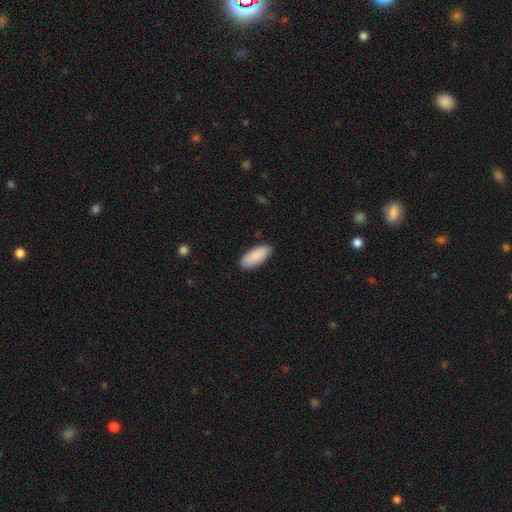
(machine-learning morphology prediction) smooth_or_featured: smooth (p=0.89) [alt: star or artifact p=0.05]
how_rounded: in between (p=0.86) [alt: cigar-shaped p=0.12]
merging: none (p=0.87) [alt: minor disturbance p=0.10]